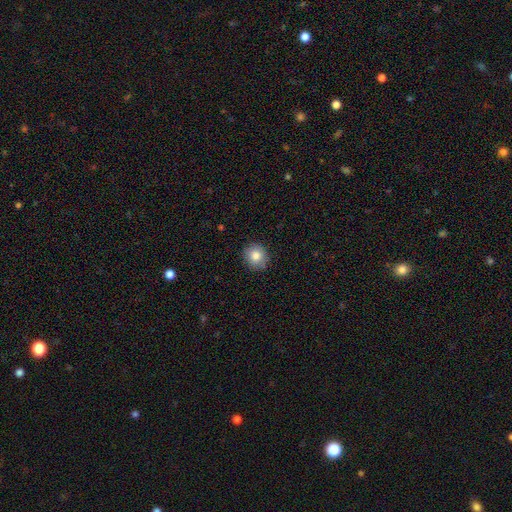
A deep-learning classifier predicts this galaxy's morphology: This is clearly a smooth galaxy (82%). How rounded: clearly round (90%). Merging: clearly none (89%).